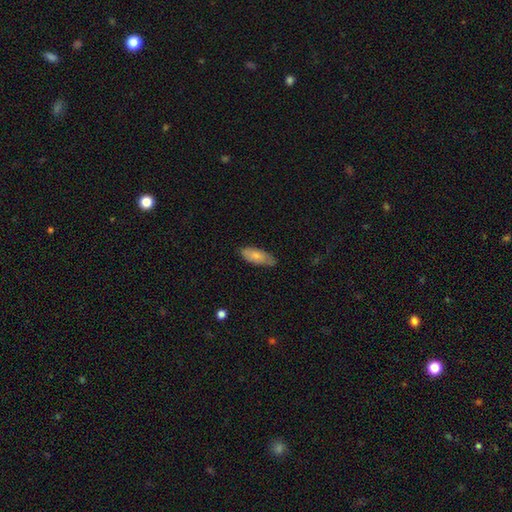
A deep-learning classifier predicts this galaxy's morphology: Smooth or featured? smooth (78%)
How rounded? in between (82%)
Merging? none (70%)